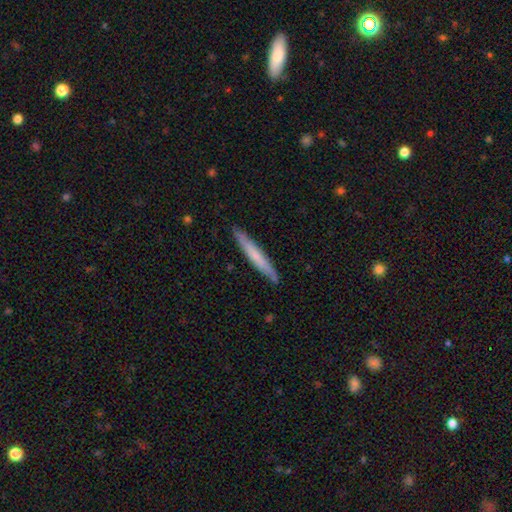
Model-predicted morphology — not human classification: smooth 64%, featured or disk 31%, star or artifact 5%. Down the decision tree: how rounded — cigar-shaped (96%); merging — none (89%).